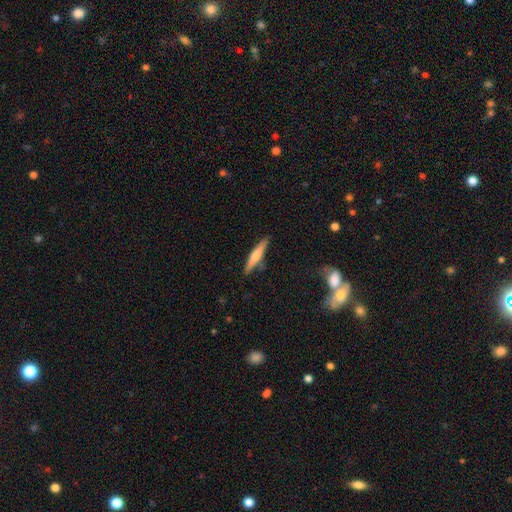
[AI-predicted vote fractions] Smooth or featured? Predicted: smooth (p=0.51). How rounded? Predicted: cigar-shaped (p=0.90). Merging? Predicted: none (p=0.84).